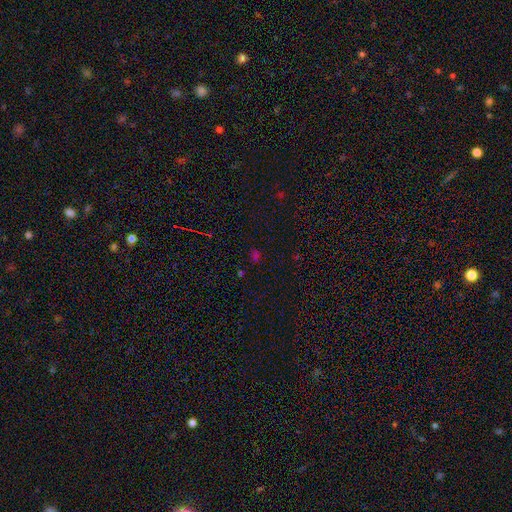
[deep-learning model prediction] This is possibly a star or artifact rather than a galaxy (47%).